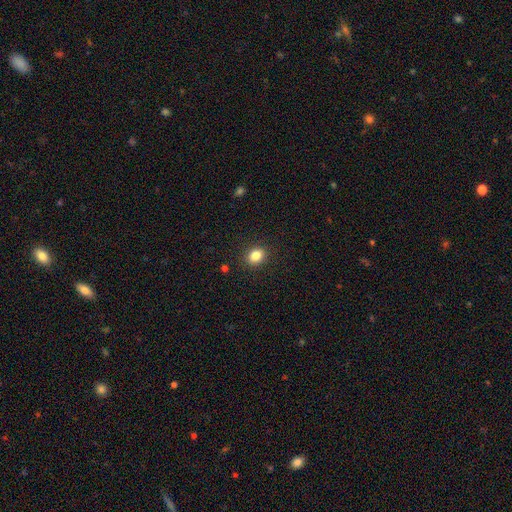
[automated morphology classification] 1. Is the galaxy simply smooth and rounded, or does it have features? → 84% smooth, 10% star or artifact, 5% featured or disk.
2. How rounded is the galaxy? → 55% in between, 44% round, 1% cigar-shaped.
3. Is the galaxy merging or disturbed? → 89% none, 7% minor disturbance, 2% major disturbance, 1% merger.